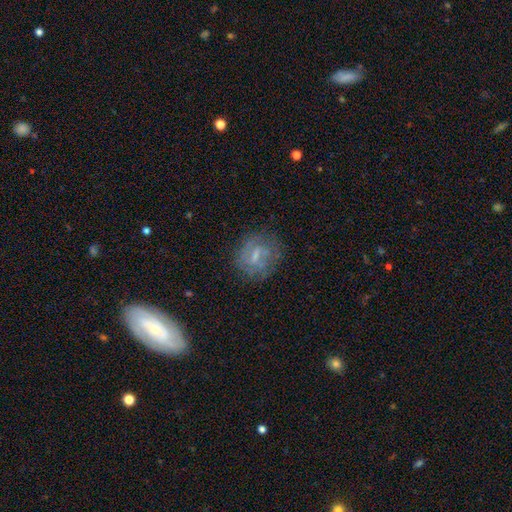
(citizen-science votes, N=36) A featured or disk galaxy (53%) with a weak bar (53%), no spiral arms (53%) and a small central bulge (42%, tied with none). Merging: none (79%).